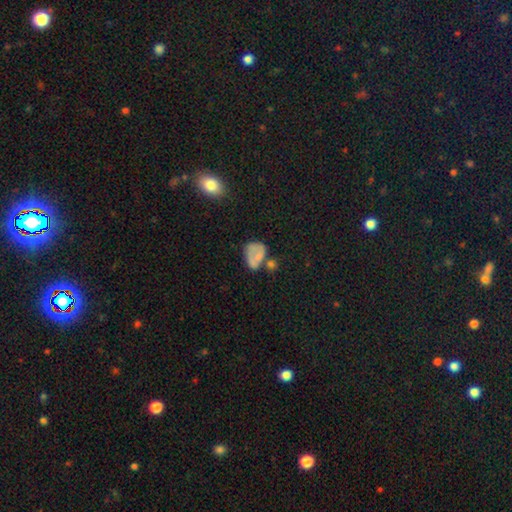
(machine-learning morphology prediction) Smooth or featured?
  - smooth: 62% *
  - featured or disk: 26%
  - star or artifact: 12%
How rounded?
  - in between: 66% *
  - round: 33%
  - cigar-shaped: 1%
Merging?
  - none: 31% *
  - merger: 26%
  - minor disturbance: 24%
  - major disturbance: 19%